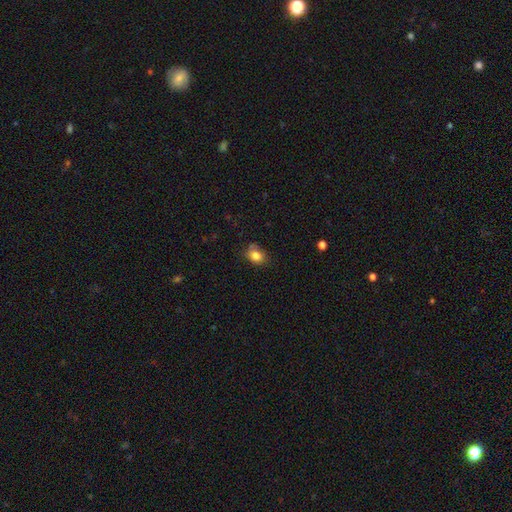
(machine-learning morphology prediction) Smooth or featured? Predicted: smooth (p=0.82). How rounded? Predicted: in between (p=0.58). Merging? Predicted: none (p=0.71).